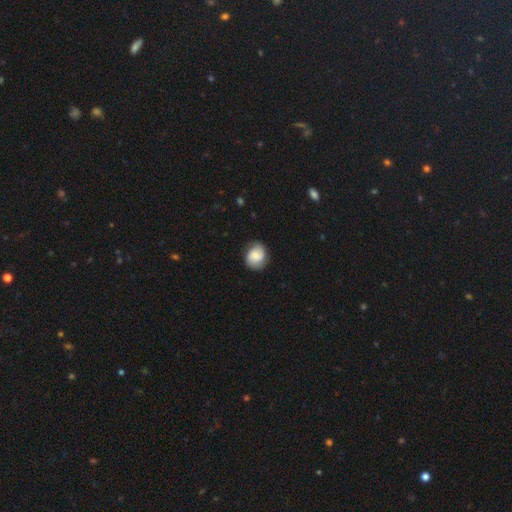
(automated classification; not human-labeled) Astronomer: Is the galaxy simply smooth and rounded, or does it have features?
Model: smooth — 65%.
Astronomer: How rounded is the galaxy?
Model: round — 65%.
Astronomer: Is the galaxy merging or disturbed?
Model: none — 76%.